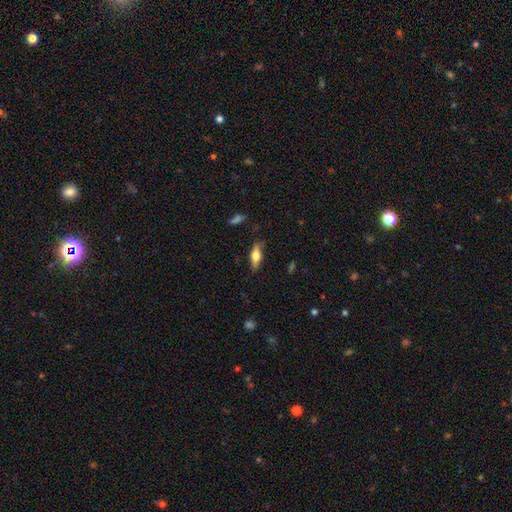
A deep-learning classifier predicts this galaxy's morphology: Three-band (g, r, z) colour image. It shows a smooth galaxy with no disk features (57%) that is in between round and cigar-shaped (63%). Merging: none (75%).